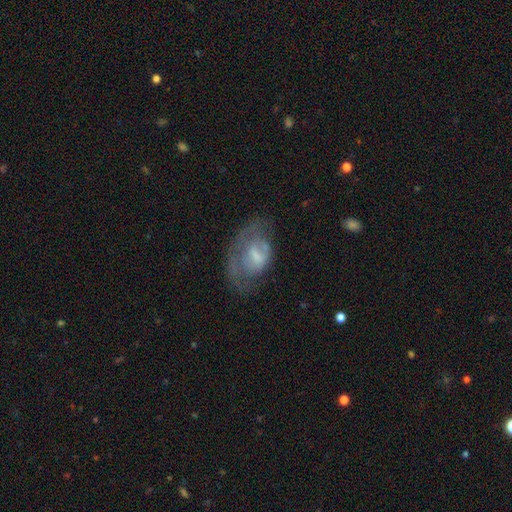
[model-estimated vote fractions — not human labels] A featured or disk galaxy (53%) with no bar (58%), no spiral arms (52%) and a moderate central bulge (36%).

Vote fractions:
- Smooth or featured? featured or disk: 53% / smooth: 37% / star or artifact: 9%
- Edge-on disk? no: 95% / yes: 5%
- Bar? no: 58% / weak: 36% / strong: 7%
- Spiral arms? no: 52% / yes: 48%
- Bulge size? moderate: 36% / small: 35% / none: 20% / large: 7% / dominant: 1%
- Merging? none: 44% / major disturbance: 28% / minor disturbance: 25% / merger: 3%